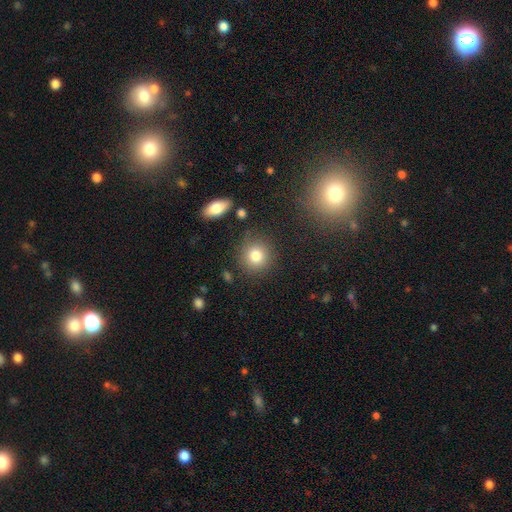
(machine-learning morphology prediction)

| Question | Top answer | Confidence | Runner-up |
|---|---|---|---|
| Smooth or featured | smooth | 80% | star or artifact (11%) |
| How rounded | round | 88% | in between (11%) |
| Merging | none | 85% | minor disturbance (9%) |